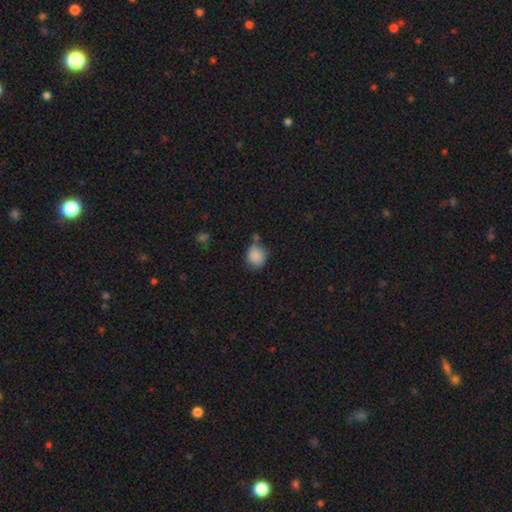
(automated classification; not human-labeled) Overall: smooth (86%). How rounded: round (77%). Merging: none (61%; minor disturbance 22%).